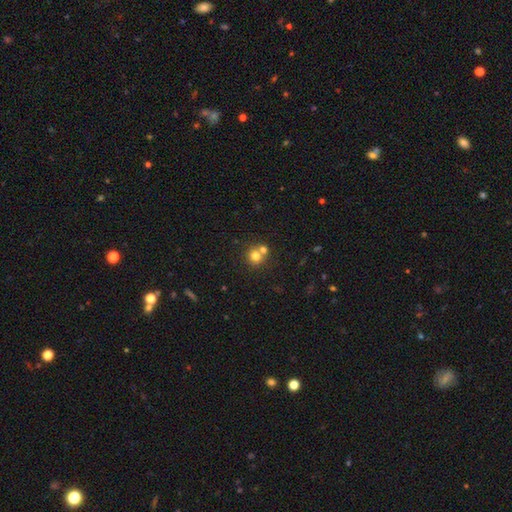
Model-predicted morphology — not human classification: A smooth galaxy with no disk features (75%) that is round (89%). Merging: none (53%).